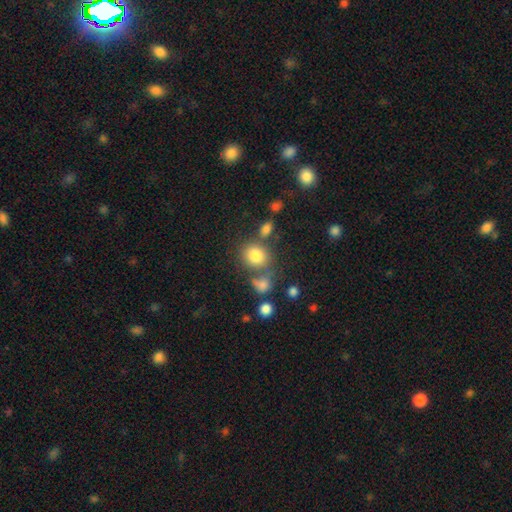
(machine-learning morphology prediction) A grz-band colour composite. It shows a smooth galaxy with no disk features (80%) that is round (73%). Merging: none (62%).